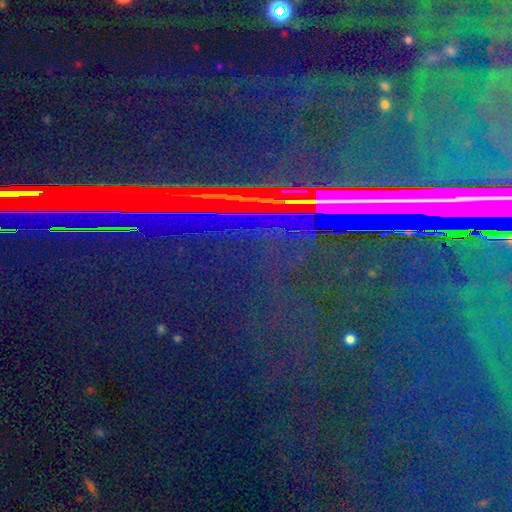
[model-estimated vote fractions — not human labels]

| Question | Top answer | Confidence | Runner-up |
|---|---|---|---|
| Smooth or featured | star or artifact | 86% | featured or disk (7%) |